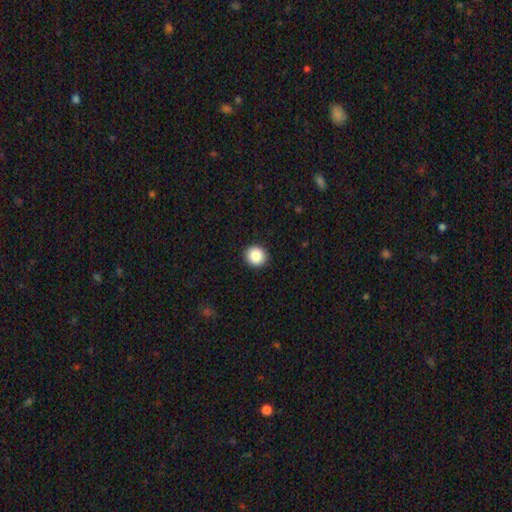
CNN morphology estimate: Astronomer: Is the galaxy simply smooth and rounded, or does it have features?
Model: smooth — 87%.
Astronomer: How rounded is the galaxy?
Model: round — 90%.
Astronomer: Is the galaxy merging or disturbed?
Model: none — 93%.